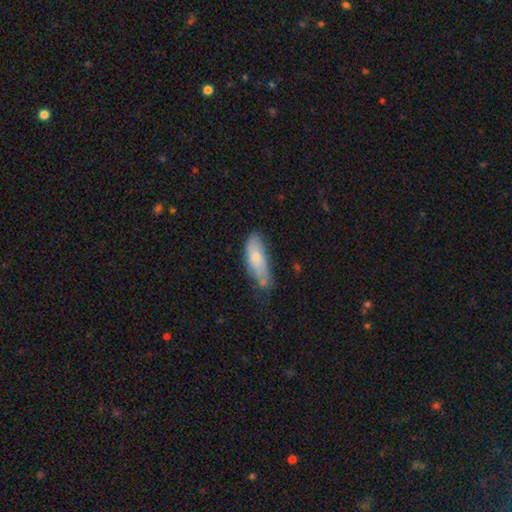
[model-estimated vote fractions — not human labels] This appears to be a smooth galaxy with no disk features (70%) that is in between round and cigar-shaped (66%). Merging: none (42%).